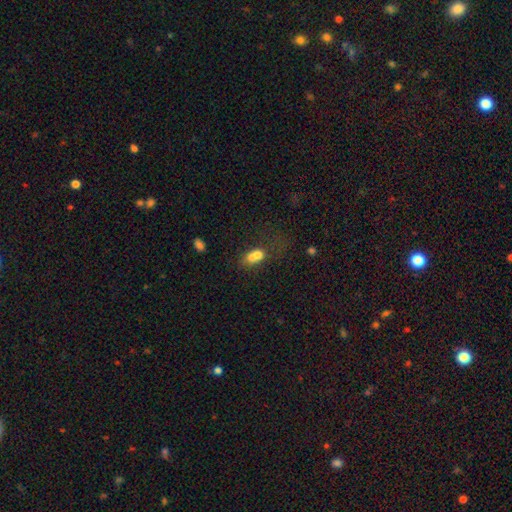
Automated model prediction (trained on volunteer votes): Q: Smooth or featured?
A: smooth (67%); runner-up: featured or disk (21%)
Q: How rounded?
A: in between (63%); runner-up: round (32%)
Q: Merging?
A: merger (60%); runner-up: none (20%)